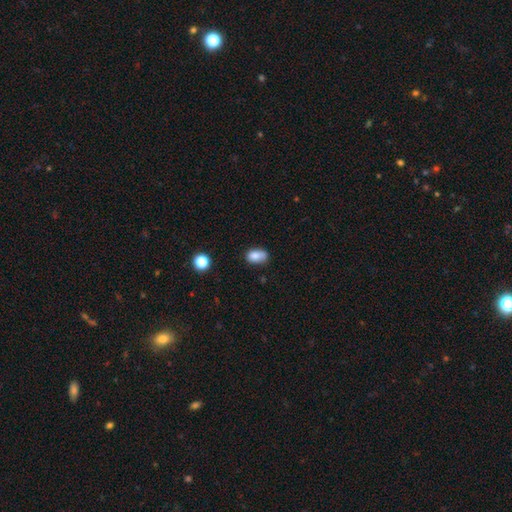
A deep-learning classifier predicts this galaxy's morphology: A smooth galaxy with no disk features (81%) that is in between round and cigar-shaped (83%). Merging: none (59%).